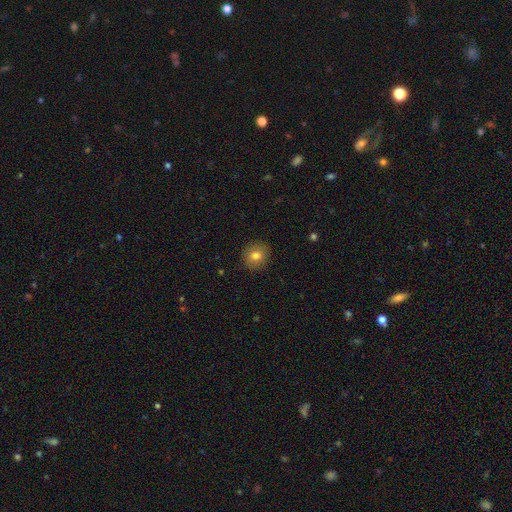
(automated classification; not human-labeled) This appears to be a smooth galaxy with no disk features (79%) that is round (86%). Merging: none (91%).